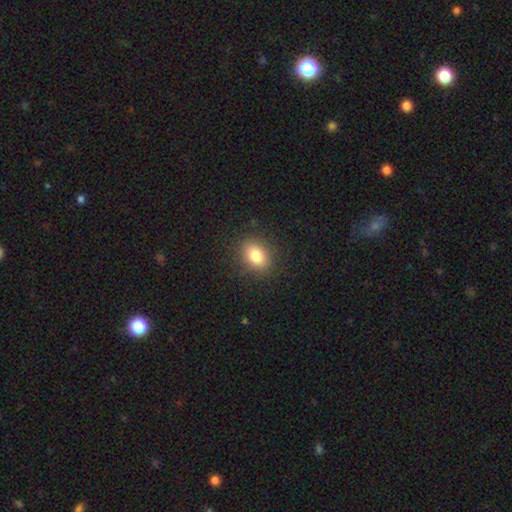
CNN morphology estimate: Smooth or featured? Predicted: smooth (p=0.83). How rounded? Predicted: in between (p=0.68). Merging? Predicted: none (p=0.87).